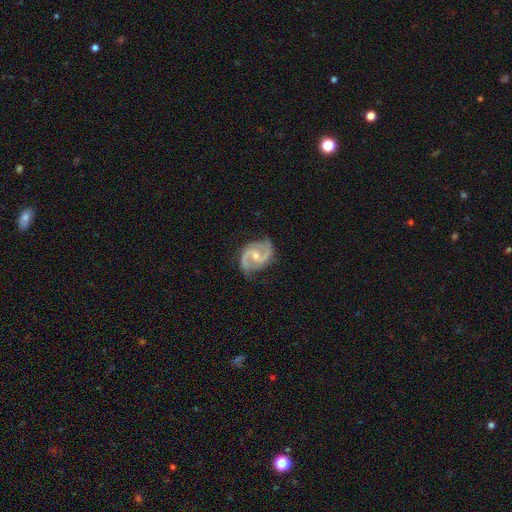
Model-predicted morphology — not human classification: A featured or disk galaxy (91%) with a weak bar (51%), 2 (93%) medium (59%) spiral arms (98%) and a moderate central bulge (53%). Merging: none (76%).